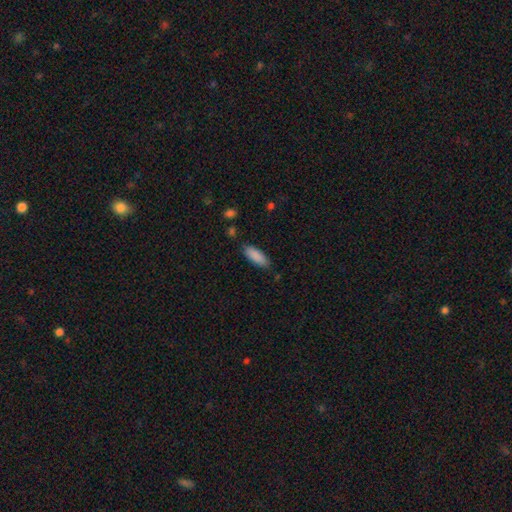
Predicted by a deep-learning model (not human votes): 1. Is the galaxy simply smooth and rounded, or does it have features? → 89% smooth, 6% star or artifact, 5% featured or disk.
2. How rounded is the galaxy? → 68% in between, 30% cigar-shaped, 2% round.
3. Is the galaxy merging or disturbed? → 84% none, 12% minor disturbance, 2% major disturbance, 2% merger.